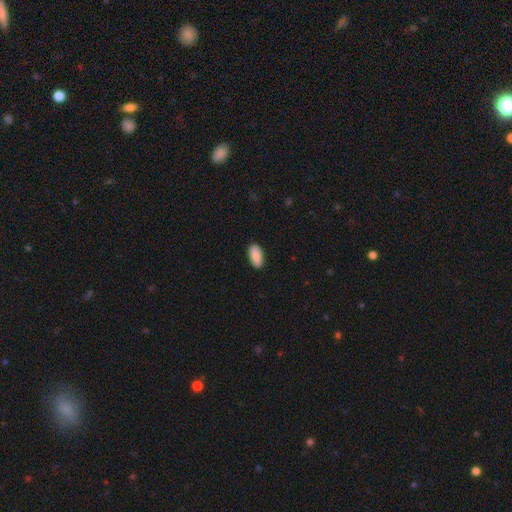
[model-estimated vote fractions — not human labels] Smooth or featured?
  - smooth: 85% *
  - featured or disk: 9%
  - star or artifact: 6%
How rounded?
  - in between: 92% *
  - cigar-shaped: 5%
  - round: 3%
Merging?
  - none: 87% *
  - minor disturbance: 10%
  - major disturbance: 2%
  - merger: 1%